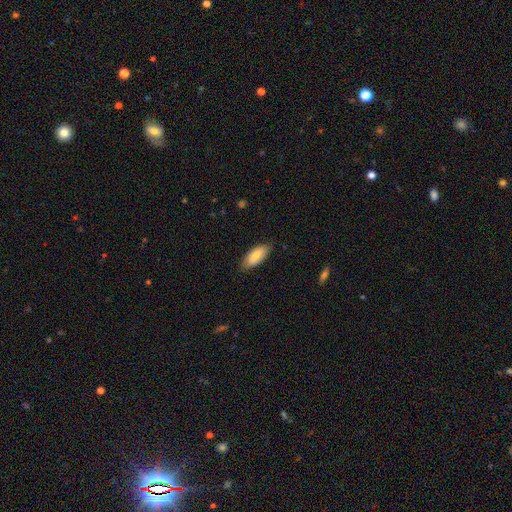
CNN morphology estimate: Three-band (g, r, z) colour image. It shows a smooth galaxy with no disk features (79%) that is in between round and cigar-shaped (86%). Merging: none (81%).